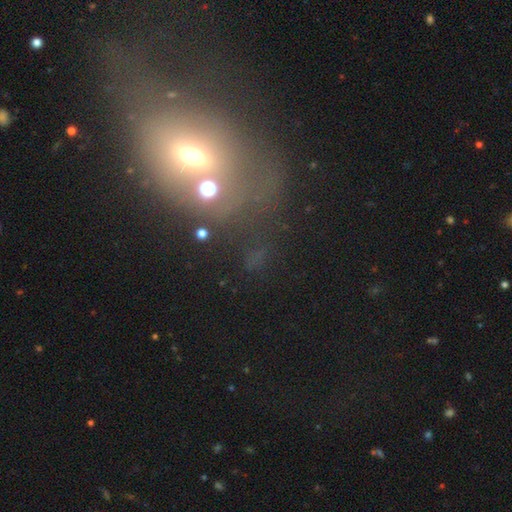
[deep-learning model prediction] The model was most divided on "smooth or featured": star or artifact: 41%, smooth: 35%, featured or disk: 24%.